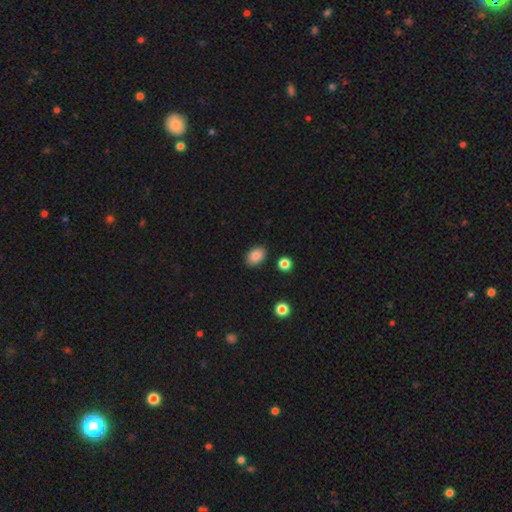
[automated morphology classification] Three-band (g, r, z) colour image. It shows a smooth galaxy with no disk features (86%) that is in between round and cigar-shaped (81%). Merging: none (88%).